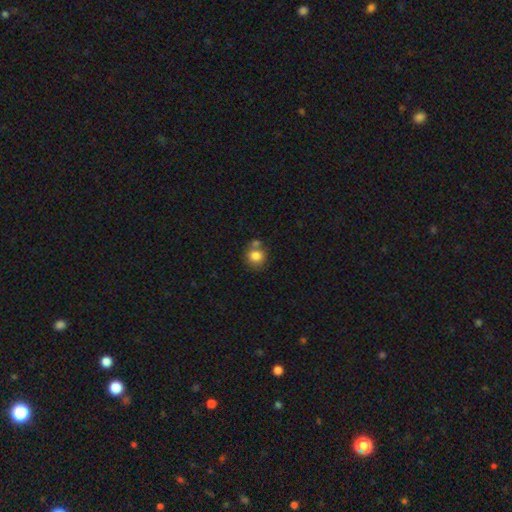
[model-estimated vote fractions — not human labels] Smooth or featured?
  - smooth: 82% *
  - star or artifact: 9%
  - featured or disk: 9%
How rounded?
  - round: 84% *
  - in between: 15%
  - cigar-shaped: 1%
Merging?
  - none: 59% *
  - merger: 24%
  - minor disturbance: 12%
  - major disturbance: 4%